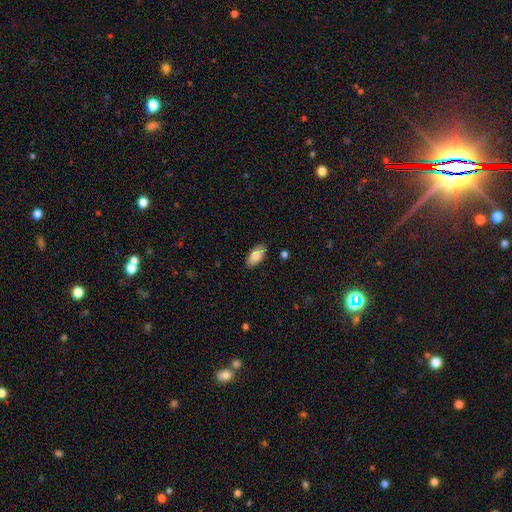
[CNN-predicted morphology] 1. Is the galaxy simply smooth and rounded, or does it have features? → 84% smooth, 9% featured or disk, 7% star or artifact.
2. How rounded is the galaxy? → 93% in between, 5% cigar-shaped, 3% round.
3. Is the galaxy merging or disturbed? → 85% none, 11% minor disturbance, 2% major disturbance, 1% merger.